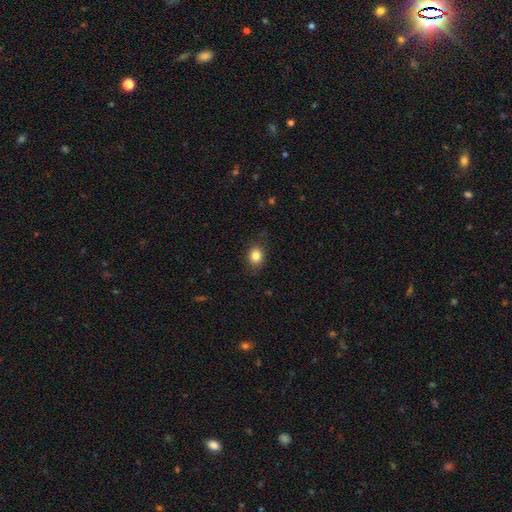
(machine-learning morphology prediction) smooth 84%, star or artifact 10%, featured or disk 6%. Down the decision tree: how rounded — in between (50%); merging — none (80%).